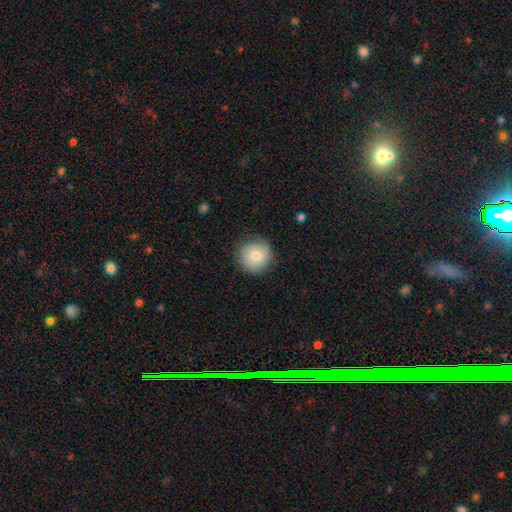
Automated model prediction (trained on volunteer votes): Smooth or featured? smooth (75%)
How rounded? round (93%)
Merging? none (81%)